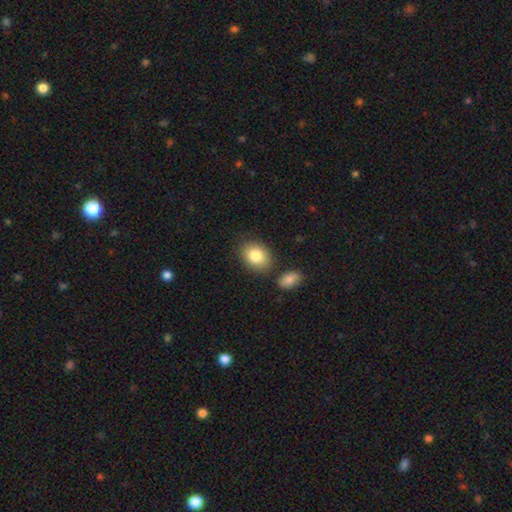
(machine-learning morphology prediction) A smooth galaxy with no disk features (83%) that is in between round and cigar-shaped (65%).

Vote fractions:
- Smooth or featured? smooth: 83% / featured or disk: 9% / star or artifact: 8%
- How rounded? in between: 65% / round: 34% / cigar-shaped: 1%
- Merging? none: 77% / minor disturbance: 12% / merger: 8% / major disturbance: 3%